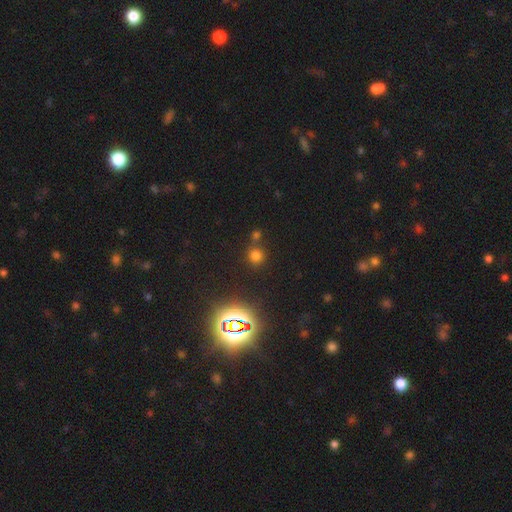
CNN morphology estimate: Smooth or featured?
  - smooth: 63% *
  - star or artifact: 30%
  - featured or disk: 7%
How rounded?
  - round: 90% *
  - in between: 9%
  - cigar-shaped: 1%
Merging?
  - none: 69% *
  - merger: 18%
  - minor disturbance: 9%
  - major disturbance: 4%